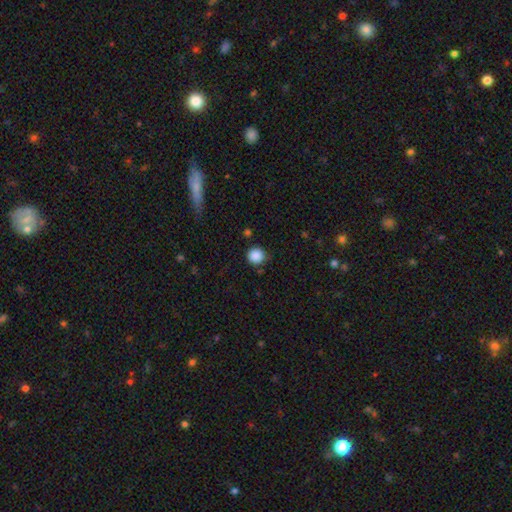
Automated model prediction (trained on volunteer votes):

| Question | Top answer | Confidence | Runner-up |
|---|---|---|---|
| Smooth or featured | smooth | 88% | star or artifact (10%) |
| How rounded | round | 93% | in between (6%) |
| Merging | none | 85% | minor disturbance (10%) |